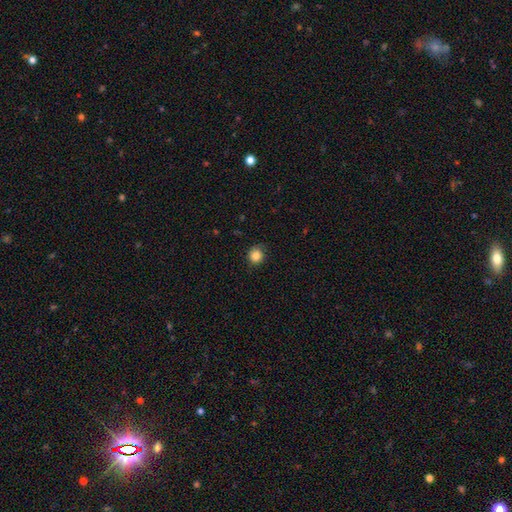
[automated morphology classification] A smooth galaxy with no disk features (84%) that is round (85%). Merging: none (76%).